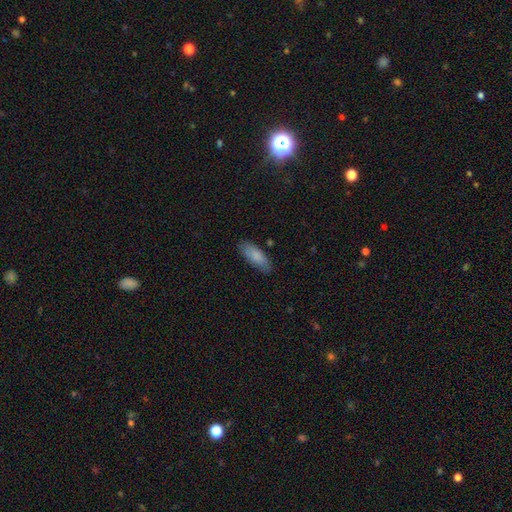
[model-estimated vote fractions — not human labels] Smooth or featured? smooth (86%)
How rounded? in between (71%)
Merging? none (83%)